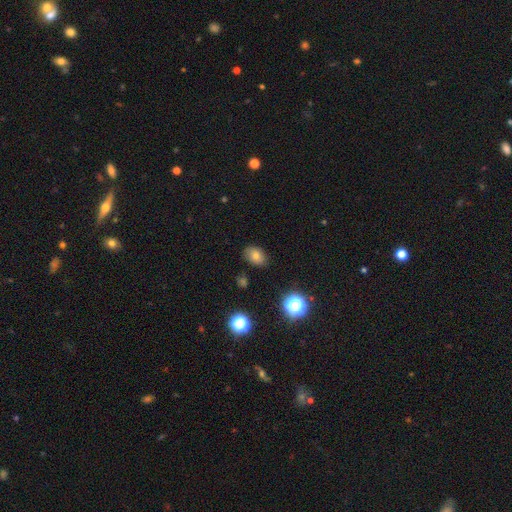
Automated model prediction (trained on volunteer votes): Morphology: type=smooth (73%); roundness=in between (77%); merging=none (83%).